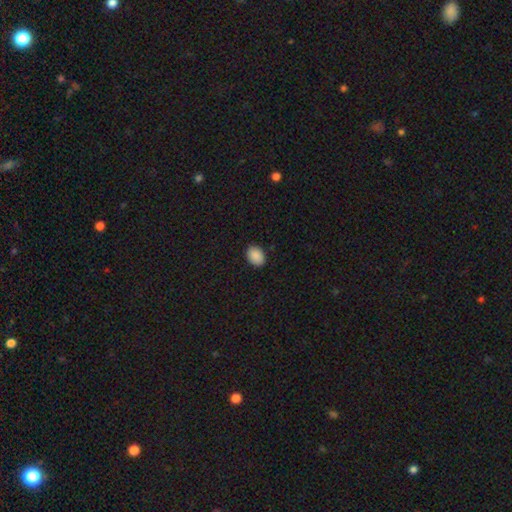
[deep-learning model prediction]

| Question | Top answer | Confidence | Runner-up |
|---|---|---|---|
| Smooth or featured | smooth | 90% | star or artifact (8%) |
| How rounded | in between | 73% | round (26%) |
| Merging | none | 88% | minor disturbance (9%) |